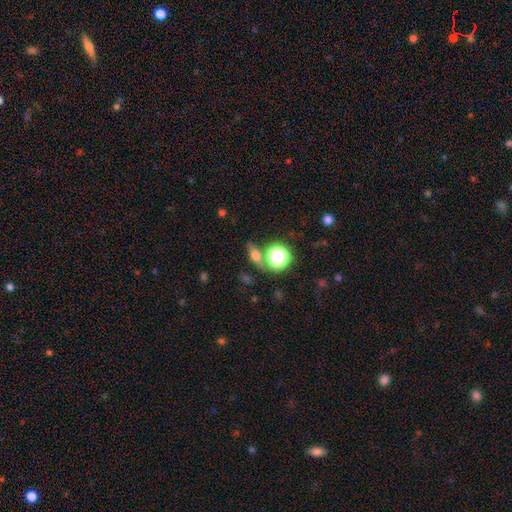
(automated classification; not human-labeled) A smooth galaxy with no disk features (56%) that is in between round and cigar-shaped (41%).

Vote fractions:
- Smooth or featured? smooth: 56% / featured or disk: 24% / star or artifact: 20%
- How rounded? in between: 41% / round: 38% / cigar-shaped: 21%
- Merging? none: 71% / merger: 12% / minor disturbance: 12% / major disturbance: 5%